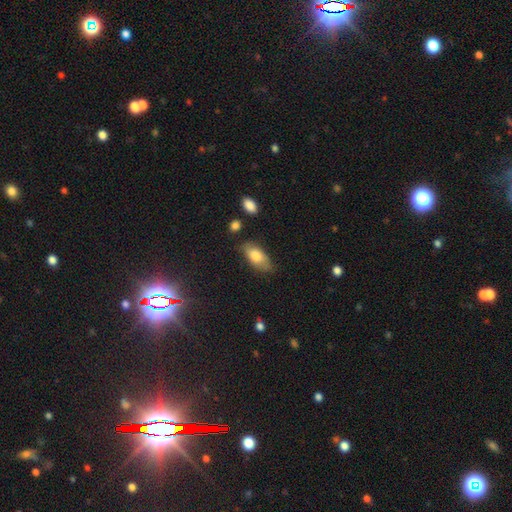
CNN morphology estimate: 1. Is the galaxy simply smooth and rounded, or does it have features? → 77% smooth, 17% featured or disk, 7% star or artifact.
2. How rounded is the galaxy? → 90% in between, 7% cigar-shaped, 3% round.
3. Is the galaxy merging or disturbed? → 69% none, 24% minor disturbance, 5% major disturbance, 3% merger.